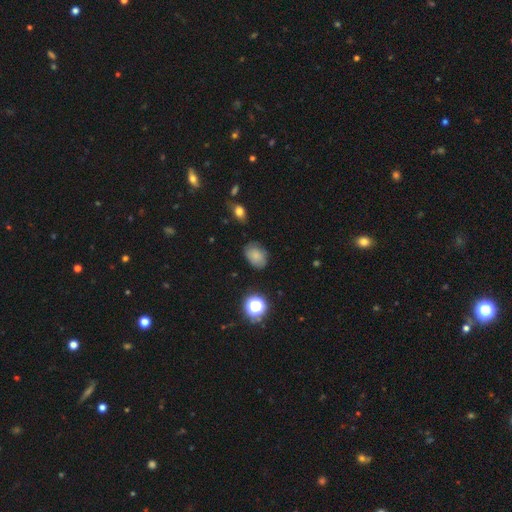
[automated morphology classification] smooth-or-featured: smooth: 78% | star or artifact: 13% | featured or disk: 9%
  how-rounded: in between: 76% | round: 23% | cigar-shaped: 1%
  merging: none: 74% | minor disturbance: 19% | major disturbance: 5% | merger: 2%